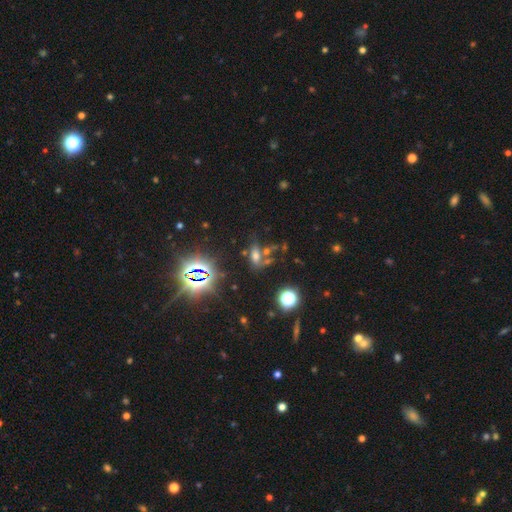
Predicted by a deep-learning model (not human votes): Overall: smooth (48%; star or artifact 37%). Merging: none (50%; merger 25%).